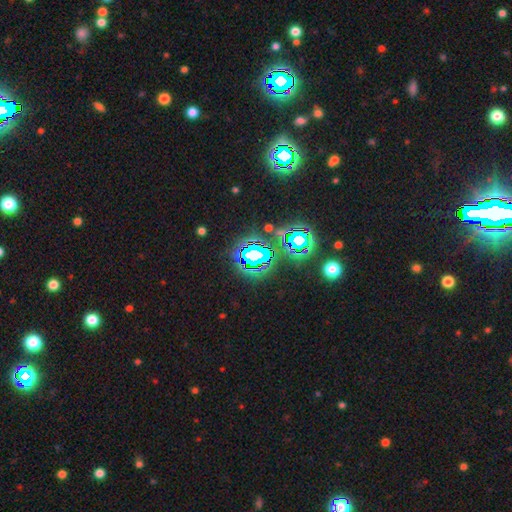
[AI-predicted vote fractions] Q: Smooth or featured?
A: star or artifact (74%); runner-up: smooth (15%)